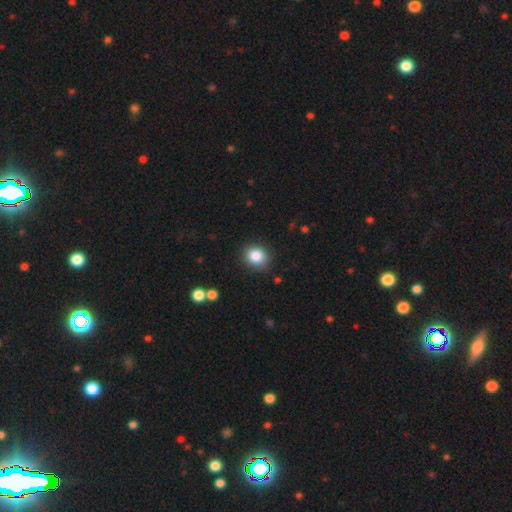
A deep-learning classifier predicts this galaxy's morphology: Overall: smooth (84%). How rounded: round (72%). Merging: none (86%).